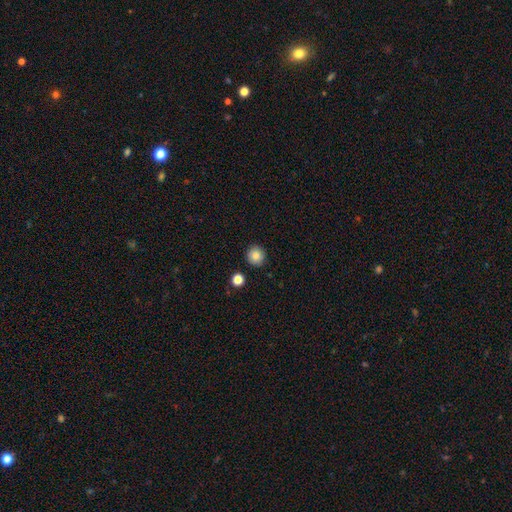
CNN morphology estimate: Smooth or featured? Predicted: smooth (p=0.84). How rounded? Predicted: round (p=0.95). Merging? Predicted: none (p=0.91).